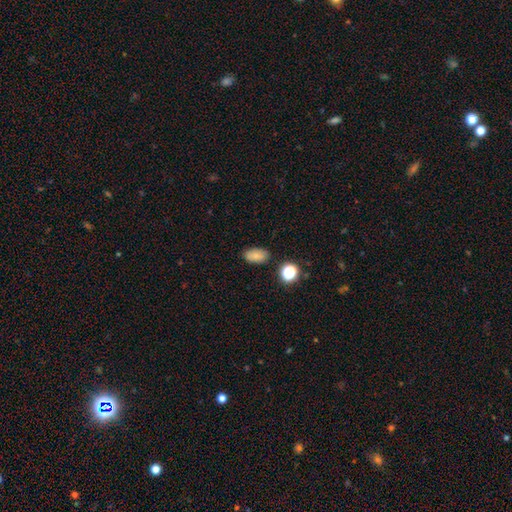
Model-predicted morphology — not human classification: Overall: smooth (79%). How rounded: in between (89%). Merging: none (83%).